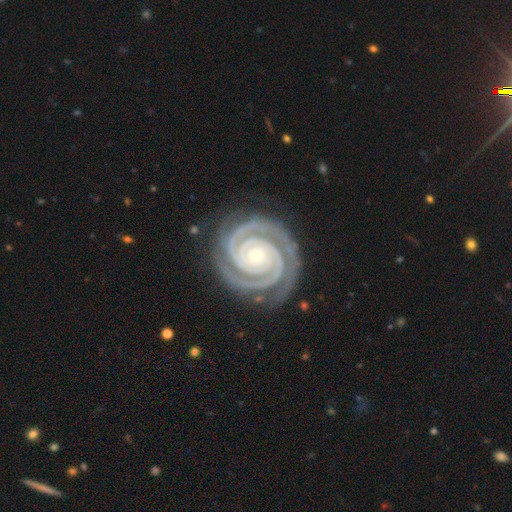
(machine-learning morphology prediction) type=featured or disk (94%); edge-on=no (98%); bar=no (75%); spiral arms=yes (99%); winding=tight (88%); arm count=2 (83%); bulge=small (85%); merging=none (85%).